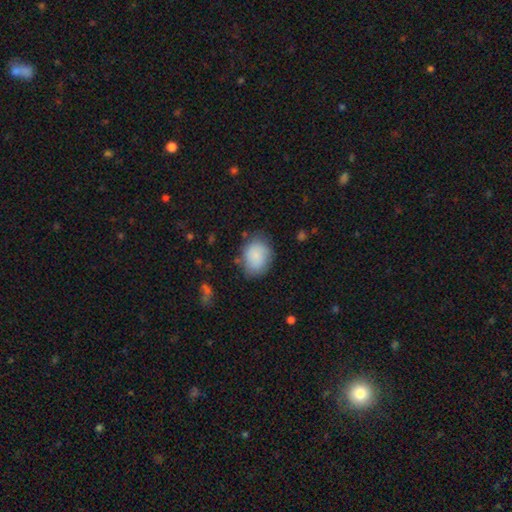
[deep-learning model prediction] Smooth or featured?
  - smooth: 86% *
  - featured or disk: 7%
  - star or artifact: 7%
How rounded?
  - in between: 56% *
  - round: 43%
  - cigar-shaped: 1%
Merging?
  - none: 71% *
  - minor disturbance: 20%
  - major disturbance: 6%
  - merger: 3%